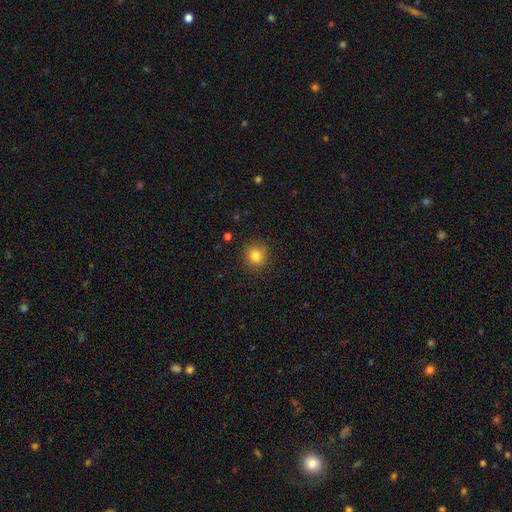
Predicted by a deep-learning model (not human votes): The model was most divided on "smooth or featured": smooth: 82%, star or artifact: 12%, featured or disk: 6%. More confident: how rounded — round (92%); merging — none (90%).